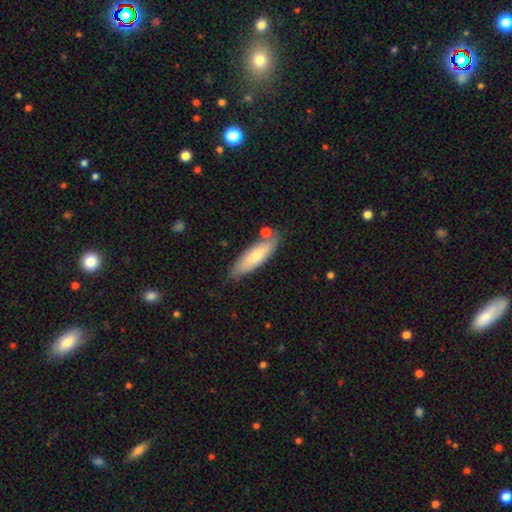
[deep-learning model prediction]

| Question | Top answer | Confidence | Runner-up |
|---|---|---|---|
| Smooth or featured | smooth | 71% | featured or disk (24%) |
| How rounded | cigar-shaped | 54% | in between (45%) |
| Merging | none | 73% | minor disturbance (16%) |